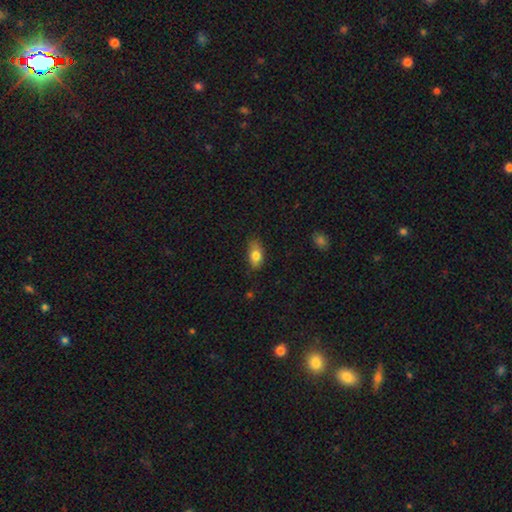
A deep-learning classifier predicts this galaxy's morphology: type=smooth (80%); roundness=in between (87%); merging=none (70%).